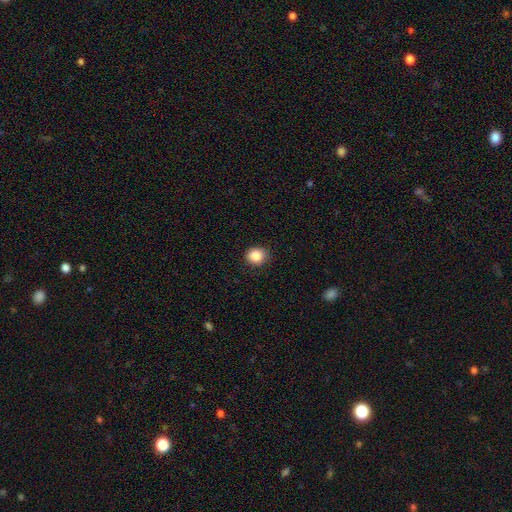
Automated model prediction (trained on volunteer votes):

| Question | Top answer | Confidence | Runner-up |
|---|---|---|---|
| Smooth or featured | smooth | 87% | star or artifact (9%) |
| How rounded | round | 77% | in between (22%) |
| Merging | none | 84% | minor disturbance (12%) |